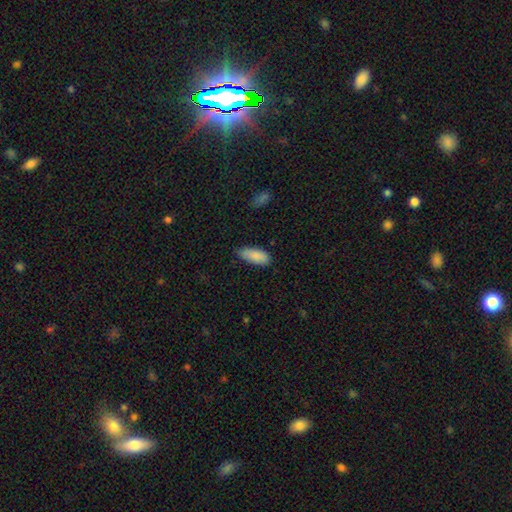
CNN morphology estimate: Q: Smooth or featured?
A: smooth (88%); runner-up: star or artifact (7%)
Q: How rounded?
A: in between (81%); runner-up: cigar-shaped (17%)
Q: Merging?
A: none (67%); runner-up: minor disturbance (27%)